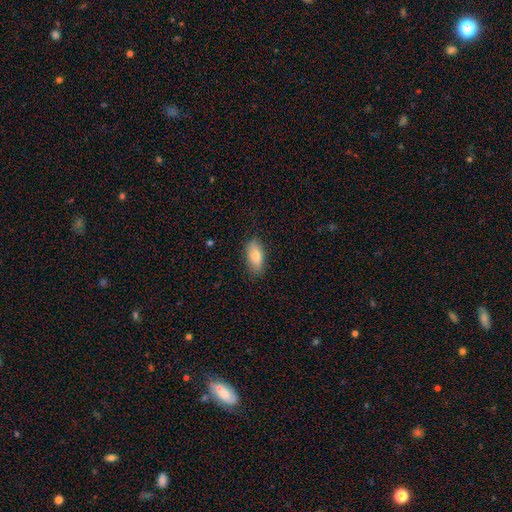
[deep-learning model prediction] A smooth galaxy with no disk features (78%) that is in between round and cigar-shaped (83%).

Vote fractions:
- Smooth or featured? smooth: 78% / featured or disk: 15% / star or artifact: 7%
- How rounded? in between: 83% / cigar-shaped: 14% / round: 3%
- Merging? none: 84% / minor disturbance: 13% / major disturbance: 2% / merger: 1%